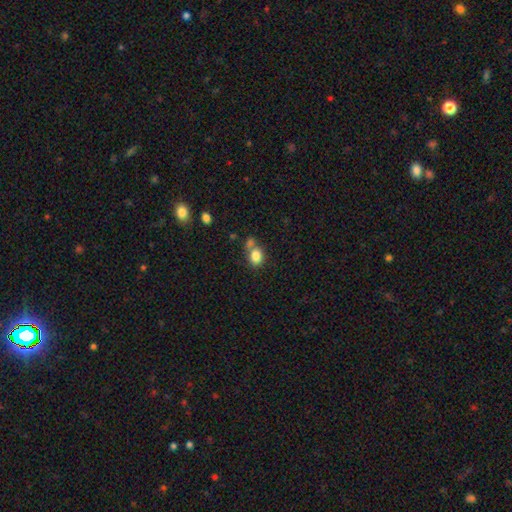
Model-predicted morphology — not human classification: smooth-or-featured: smooth: 83% | star or artifact: 10% | featured or disk: 7%
  how-rounded: in between: 53% | round: 46% | cigar-shaped: 1%
  merging: none: 50% | merger: 32% | minor disturbance: 13% | major disturbance: 5%